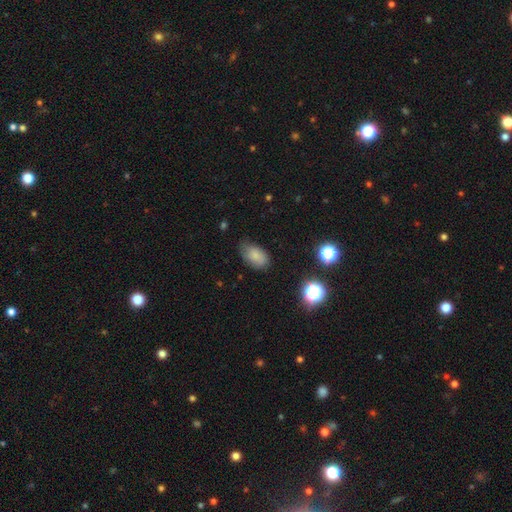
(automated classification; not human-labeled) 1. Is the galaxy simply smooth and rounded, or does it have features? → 79% smooth, 11% star or artifact, 10% featured or disk.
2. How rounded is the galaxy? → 90% in between, 8% round, 2% cigar-shaped.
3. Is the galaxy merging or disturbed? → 68% none, 25% minor disturbance, 6% major disturbance, 2% merger.